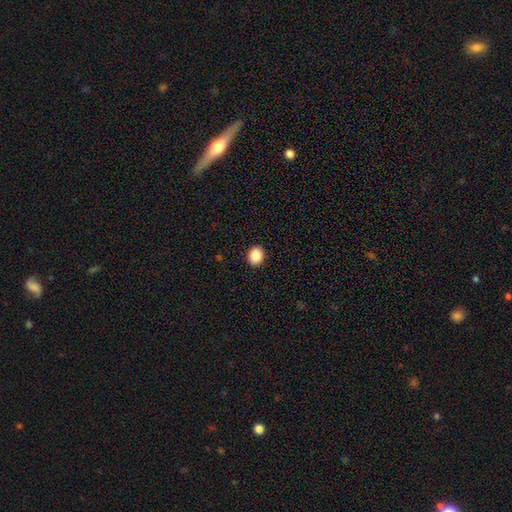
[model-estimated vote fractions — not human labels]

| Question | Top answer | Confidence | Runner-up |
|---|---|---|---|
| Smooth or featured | smooth | 88% | star or artifact (9%) |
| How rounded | round | 58% | in between (41%) |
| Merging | none | 92% | minor disturbance (5%) |